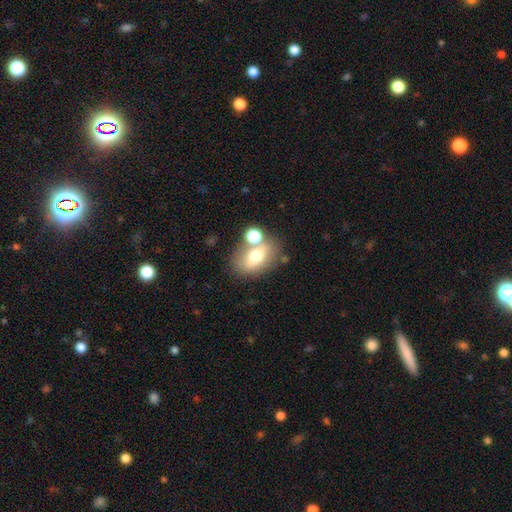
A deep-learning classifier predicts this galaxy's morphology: Q: Smooth or featured?
A: smooth (62%); runner-up: featured or disk (27%)
Q: How rounded?
A: in between (76%); runner-up: round (21%)
Q: Merging?
A: none (60%); runner-up: merger (21%)